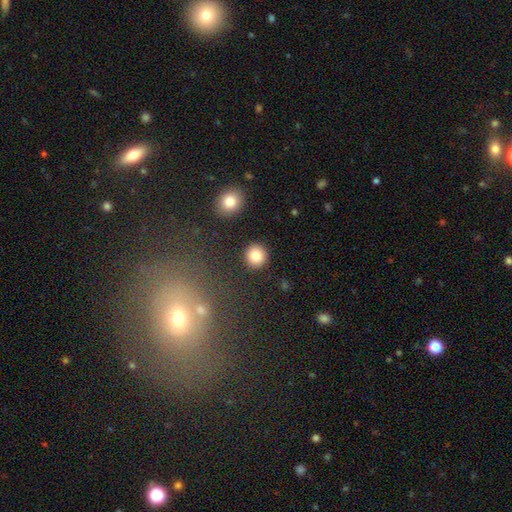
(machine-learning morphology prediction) smooth-or-featured: smooth: 84% | star or artifact: 10% | featured or disk: 6%
  how-rounded: round: 90% | in between: 9% | cigar-shaped: 1%
  merging: none: 91% | minor disturbance: 5% | major disturbance: 2% | merger: 2%